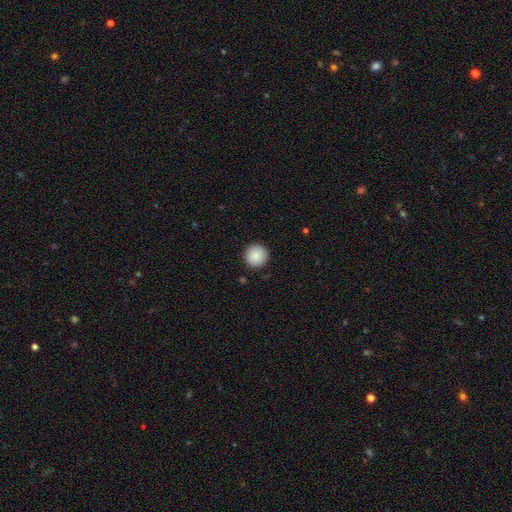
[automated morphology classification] Smooth or featured? Predicted: smooth (p=0.88). How rounded? Predicted: round (p=0.95). Merging? Predicted: none (p=0.91).